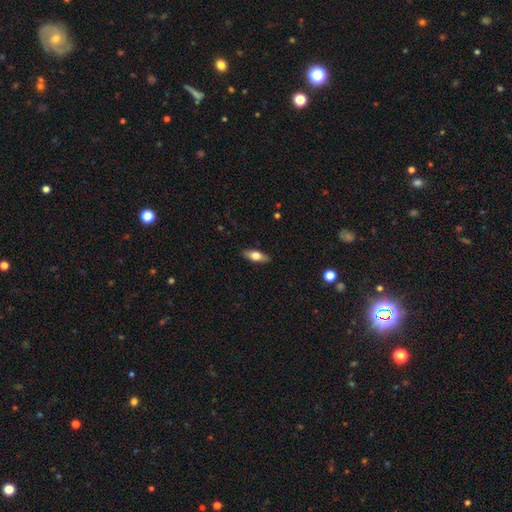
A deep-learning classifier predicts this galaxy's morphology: smooth-or-featured: smooth: 60% | featured or disk: 33% | star or artifact: 7%
  how-rounded: in between: 67% | cigar-shaped: 29% | round: 3%
  merging: none: 87% | minor disturbance: 10% | major disturbance: 2% | merger: 1%